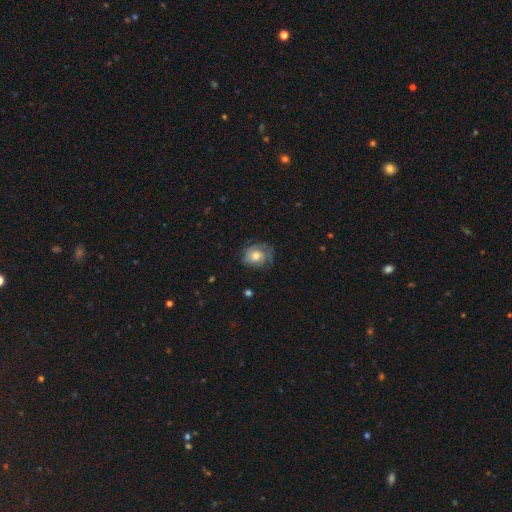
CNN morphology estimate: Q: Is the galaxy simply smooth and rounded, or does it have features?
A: smooth — 47%.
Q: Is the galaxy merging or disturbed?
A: none — 62%.